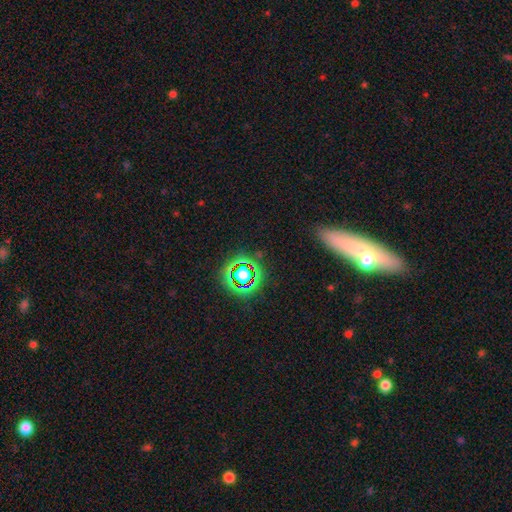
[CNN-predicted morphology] Smooth or featured?
  - star or artifact: 52% *
  - smooth: 27%
  - featured or disk: 21%